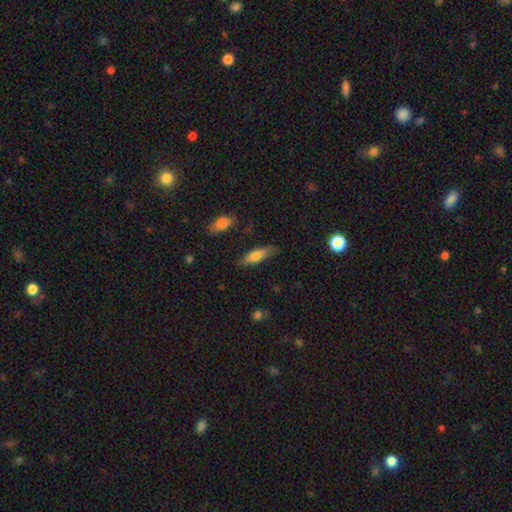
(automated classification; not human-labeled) Smooth or featured? smooth (72%)
How rounded? cigar-shaped (52%)
Merging? none (78%)